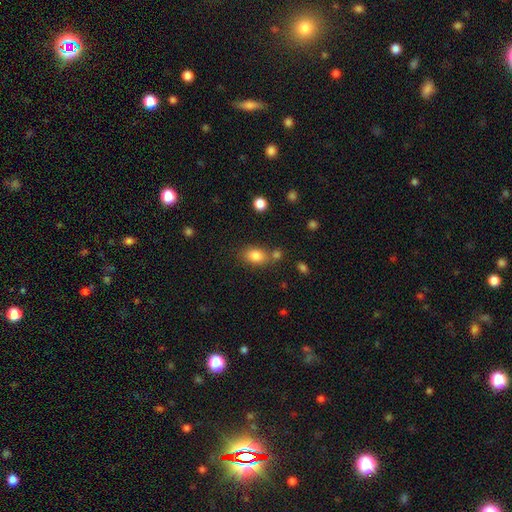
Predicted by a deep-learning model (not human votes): The model was most divided on "merging": none: 64%, merger: 17%, minor disturbance: 14%, major disturbance: 5%. More confident: smooth or featured — smooth (83%); how rounded — in between (78%).